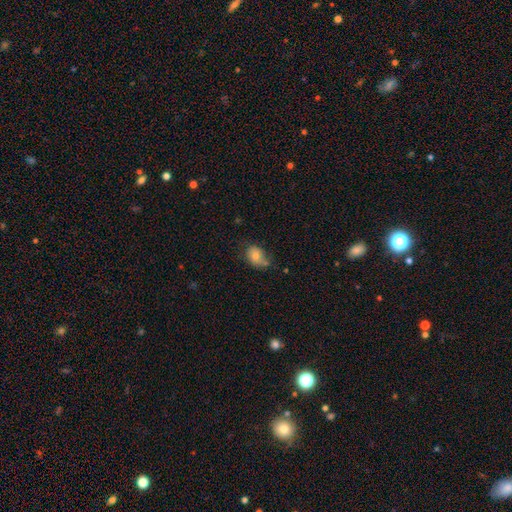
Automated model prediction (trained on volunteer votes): Overall: smooth (73%). How rounded: in between (67%; round 32%). Merging: none (51%; minor disturbance 32%).